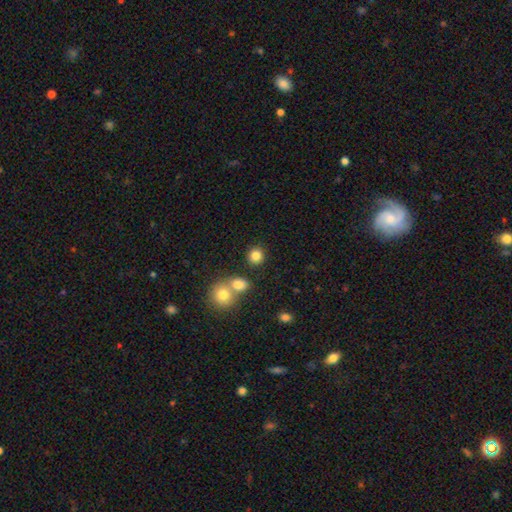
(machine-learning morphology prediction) Smooth or featured?
  - smooth: 83% *
  - star or artifact: 11%
  - featured or disk: 6%
How rounded?
  - round: 86% *
  - in between: 13%
  - cigar-shaped: 1%
Merging?
  - none: 78% *
  - merger: 12%
  - minor disturbance: 7%
  - major disturbance: 3%